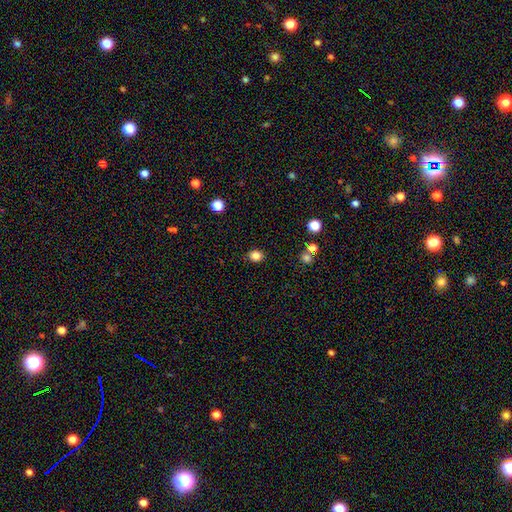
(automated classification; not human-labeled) A smooth galaxy with no disk features (84%) that is round (58%). Merging: none (88%).